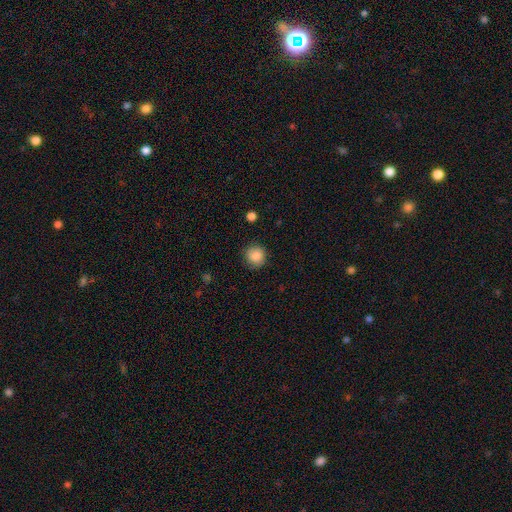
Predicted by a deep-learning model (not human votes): Smooth or featured? smooth (87%)
How rounded? round (92%)
Merging? none (86%)